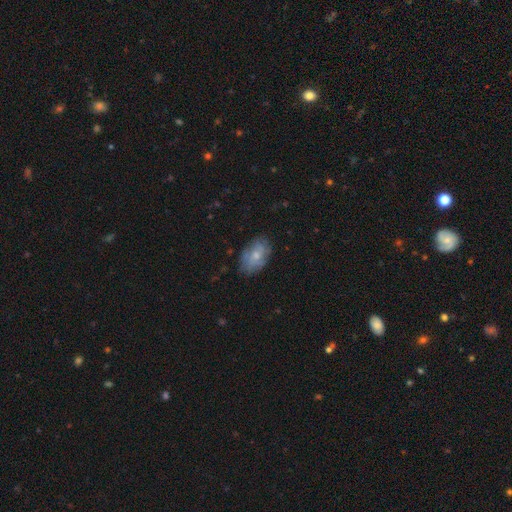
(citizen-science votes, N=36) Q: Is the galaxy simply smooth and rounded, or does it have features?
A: featured or disk — 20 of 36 (56%).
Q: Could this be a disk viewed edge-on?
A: no — 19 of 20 (95%).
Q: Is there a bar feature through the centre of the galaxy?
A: no — 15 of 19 (79%).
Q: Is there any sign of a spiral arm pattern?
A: yes — 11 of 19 (58%).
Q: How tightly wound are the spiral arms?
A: medium — 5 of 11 (45%).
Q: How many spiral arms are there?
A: can't tell — 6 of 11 (55%).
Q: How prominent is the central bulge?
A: moderate — 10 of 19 (53%).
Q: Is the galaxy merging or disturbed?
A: none — 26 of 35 (74%).